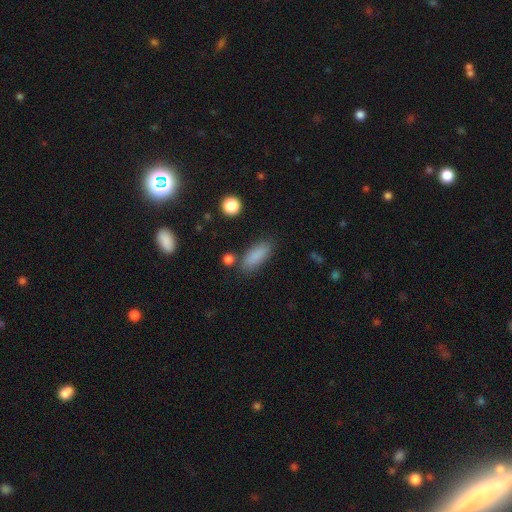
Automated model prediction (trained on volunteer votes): A smooth galaxy with no disk features (86%) that is in between round and cigar-shaped (73%). Merging: none (80%).